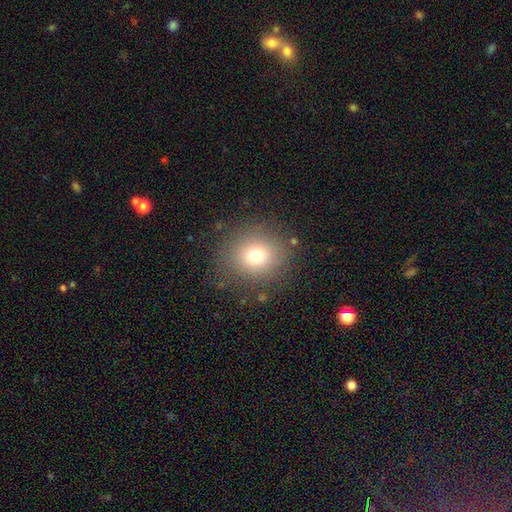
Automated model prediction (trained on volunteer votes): The model was most divided on "smooth or featured": smooth: 73%, star or artifact: 16%, featured or disk: 11%. More confident: how rounded — round (85%); merging — none (83%).